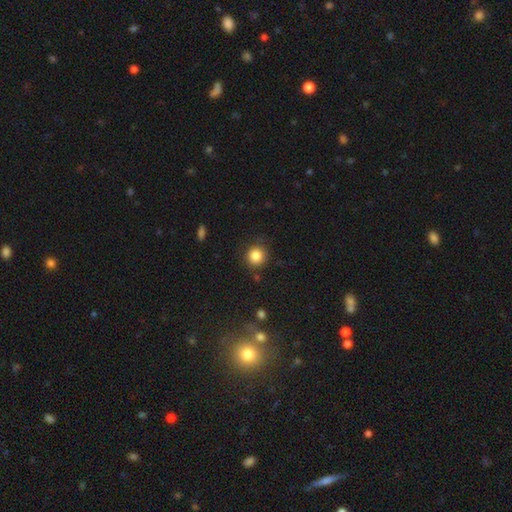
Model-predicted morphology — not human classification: type=smooth (84%); roundness=round (92%); merging=none (86%).